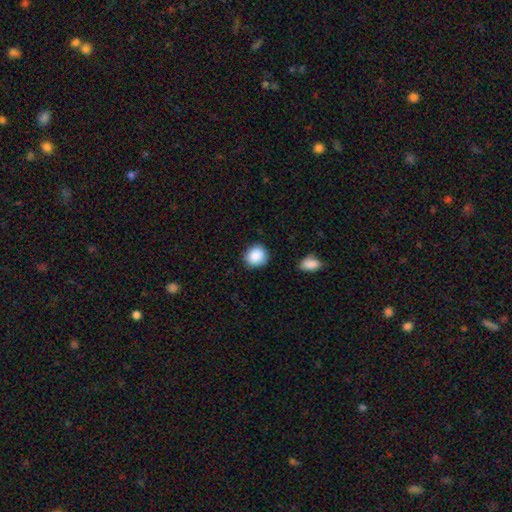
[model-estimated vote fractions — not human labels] smooth-or-featured: smooth: 89% | star or artifact: 8% | featured or disk: 4%
  how-rounded: round: 86% | in between: 13% | cigar-shaped: 1%
  merging: none: 85% | minor disturbance: 11% | major disturbance: 2% | merger: 2%